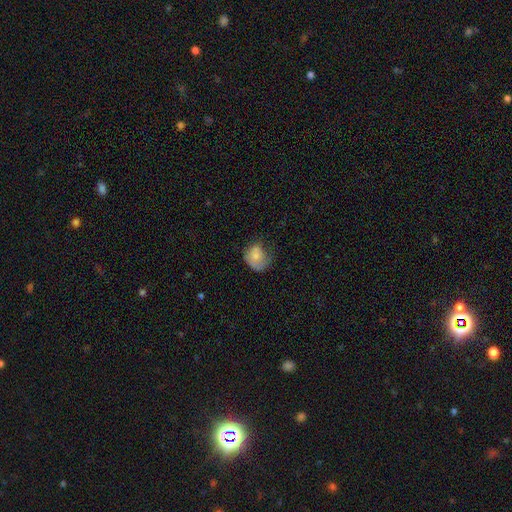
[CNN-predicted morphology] This appears to be a smooth galaxy with no disk features (65%) that is round (57%). Merging: none (35%).